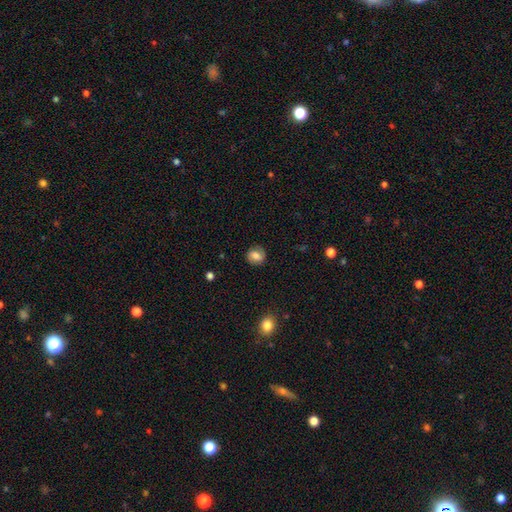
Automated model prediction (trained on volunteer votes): Morphology: type=smooth (60%); roundness=round (70%); merging=none (82%).